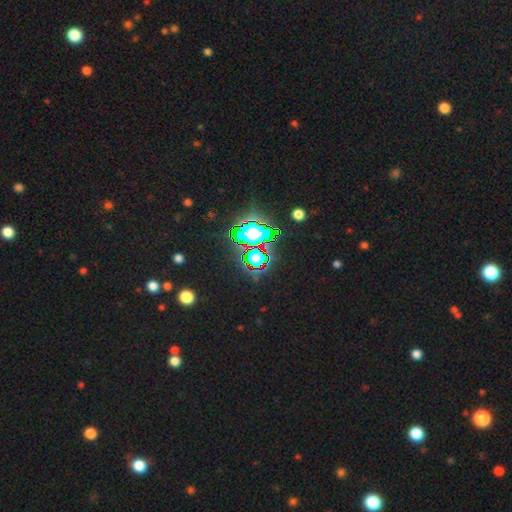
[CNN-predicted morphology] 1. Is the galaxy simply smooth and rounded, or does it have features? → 72% star or artifact, 17% smooth, 11% featured or disk.